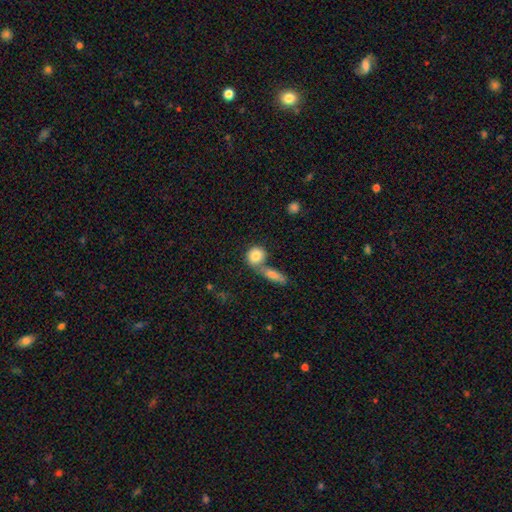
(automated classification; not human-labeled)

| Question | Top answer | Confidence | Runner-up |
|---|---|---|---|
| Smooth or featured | smooth | 84% | featured or disk (9%) |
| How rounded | round | 77% | in between (20%) |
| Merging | none | 48% | merger (39%) |